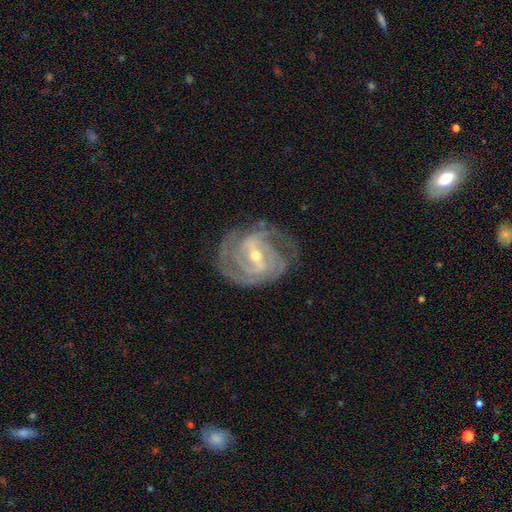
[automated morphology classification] This is clearly a featured or disk galaxy (91%). It is clearly not viewed edge-on (97%). Bar: possibly strong (49%). Spiral arm pattern: clearly yes (97%). Spiral arm count: marginally 2 (35%). Spiral winding: likely tight (63%). Central bulge: possibly small (49%). Merging: likely none (75%).